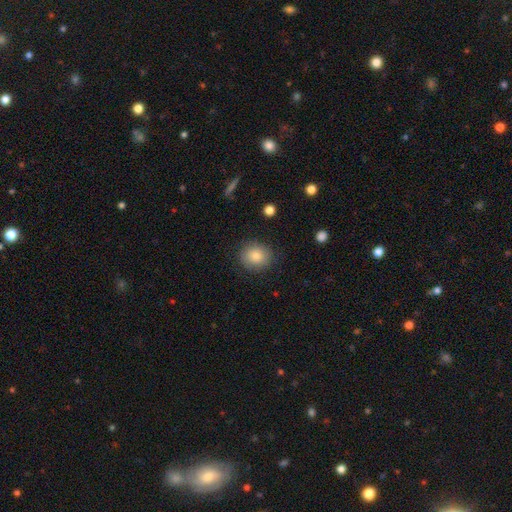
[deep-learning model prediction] smooth-or-featured: smooth: 83% | star or artifact: 9% | featured or disk: 8%
  how-rounded: round: 74% | in between: 25% | cigar-shaped: 1%
  merging: none: 86% | minor disturbance: 10% | major disturbance: 3% | merger: 1%